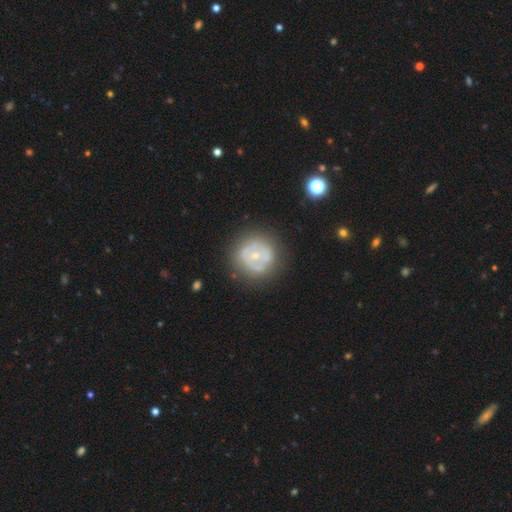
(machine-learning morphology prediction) Overall: featured or disk (59%; smooth 34%). Edge-on disk: no (97%). Bar: no (72%). Spiral arms: no (71%). Bulge size: small (48%; moderate 46%). Merging: none (72%).